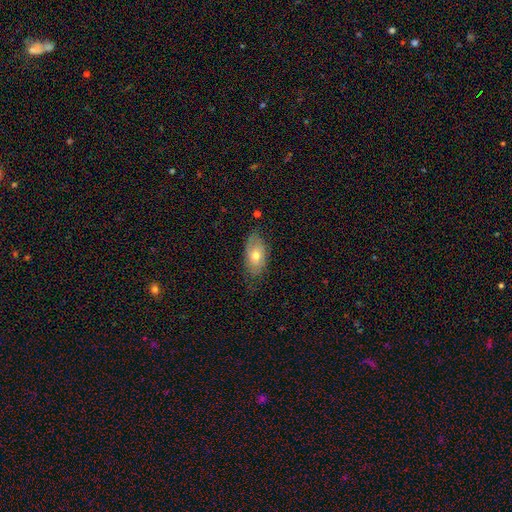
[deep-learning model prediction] smooth_or_featured: smooth (p=0.56) [alt: featured or disk p=0.37]
how_rounded: in between (p=0.91) [alt: round p=0.06]
merging: none (p=0.68) [alt: minor disturbance p=0.25]